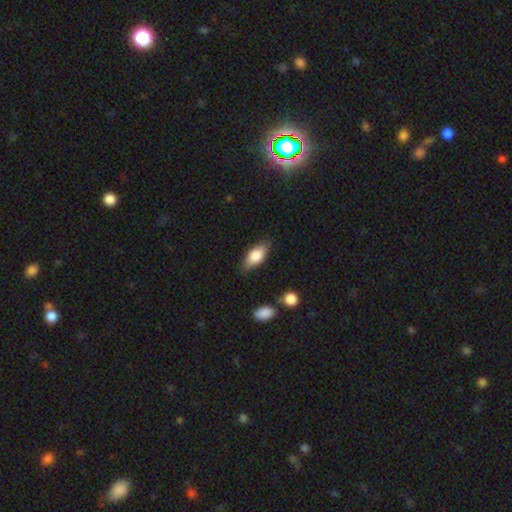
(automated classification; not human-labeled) Smooth or featured: smooth — 77% (featured or disk — 16%)
How rounded: in between — 84% (cigar-shaped — 13%)
Merging: none — 81% (minor disturbance — 14%)